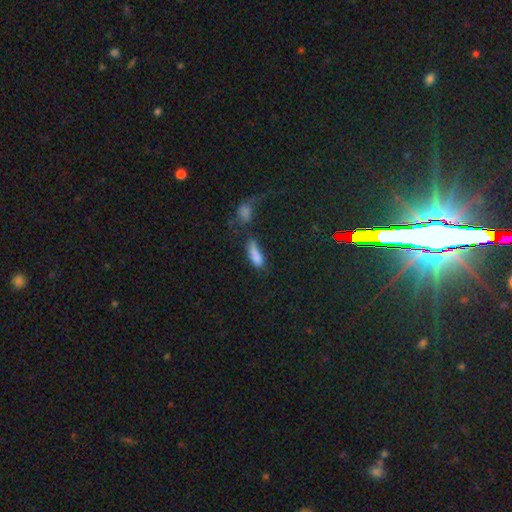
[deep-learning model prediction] Overall: smooth (79%). How rounded: in between (57%; cigar-shaped 38%). Merging: none (35%; minor disturbance 24%).